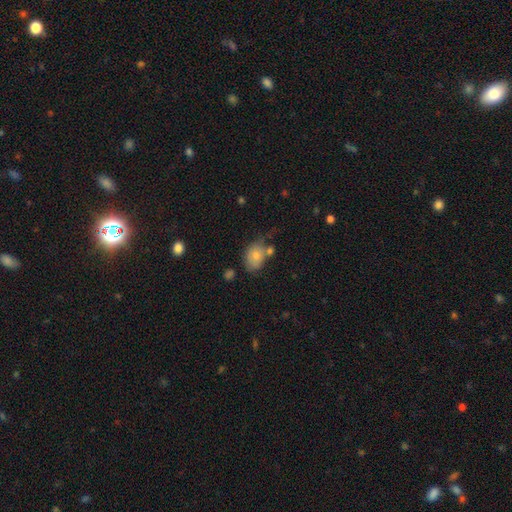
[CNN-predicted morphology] The model was most divided on "merging": none: 49%, minor disturbance: 26%, merger: 16%, major disturbance: 9%. More confident: smooth or featured — smooth (76%); how rounded — in between (70%).